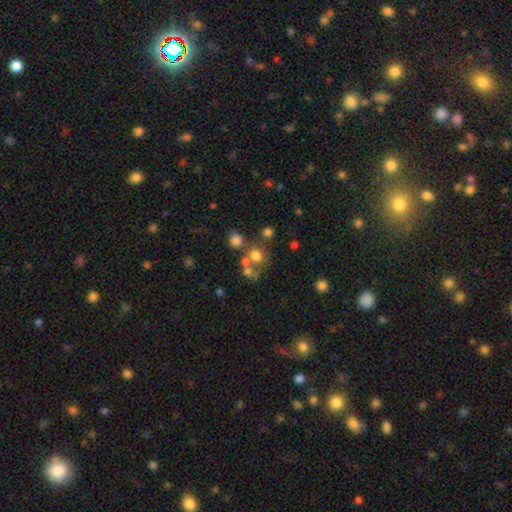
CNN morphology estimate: Overall: smooth (66%). How rounded: round (78%). Merging: none (49%; merger 33%).